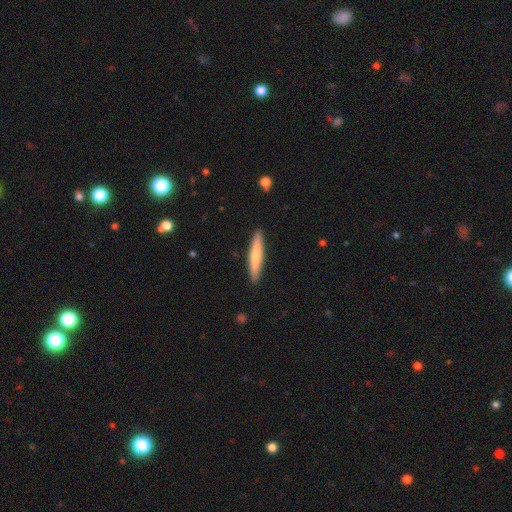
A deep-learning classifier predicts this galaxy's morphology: smooth_or_featured: smooth (p=0.67) [alt: featured or disk p=0.28]
how_rounded: cigar-shaped (p=0.93) [alt: in between p=0.06]
merging: none (p=0.91) [alt: minor disturbance p=0.07]